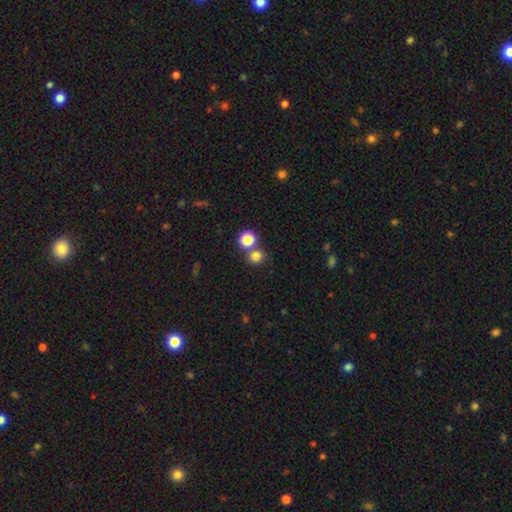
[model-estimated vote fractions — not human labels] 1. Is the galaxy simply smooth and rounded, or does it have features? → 77% smooth, 17% star or artifact, 6% featured or disk.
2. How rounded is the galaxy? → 87% round, 12% in between, 1% cigar-shaped.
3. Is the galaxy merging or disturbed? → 69% none, 21% merger, 7% minor disturbance, 3% major disturbance.